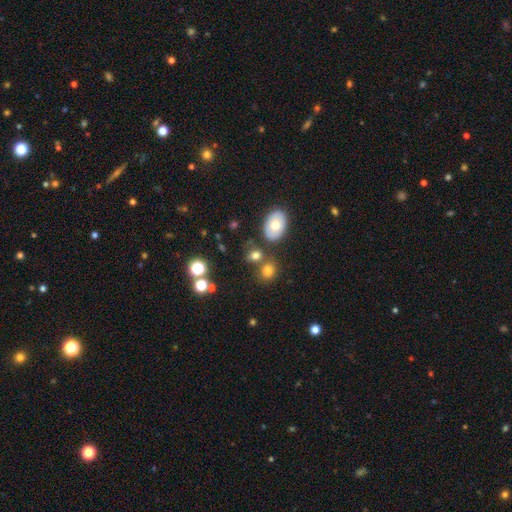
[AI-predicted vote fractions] This is likely a smooth galaxy (74%). How rounded: possibly in between (53%). Merging: likely none (65%).